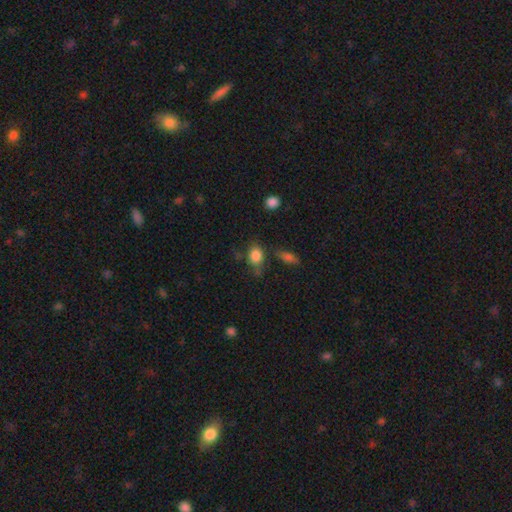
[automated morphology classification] Smooth or featured? Predicted: smooth (p=0.83). How rounded? Predicted: in between (p=0.51). Merging? Predicted: none (p=0.62).